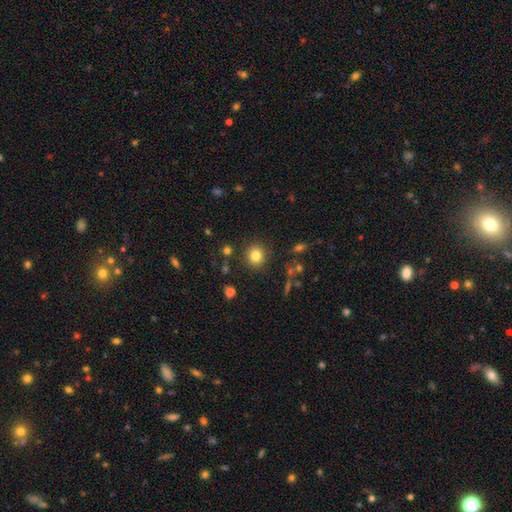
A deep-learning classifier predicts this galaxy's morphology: Smooth or featured?
  - smooth: 80% *
  - star or artifact: 12%
  - featured or disk: 7%
How rounded?
  - round: 86% *
  - in between: 13%
  - cigar-shaped: 1%
Merging?
  - none: 87% *
  - minor disturbance: 8%
  - major disturbance: 3%
  - merger: 3%